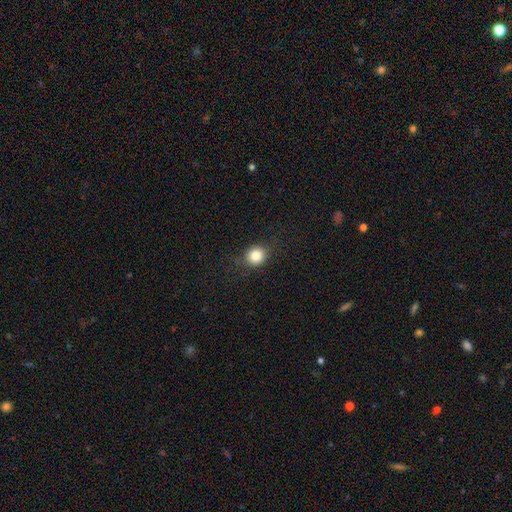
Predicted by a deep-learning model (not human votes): smooth 83%, star or artifact 11%, featured or disk 6%. Down the decision tree: how rounded — round (78%); merging — none (83%).